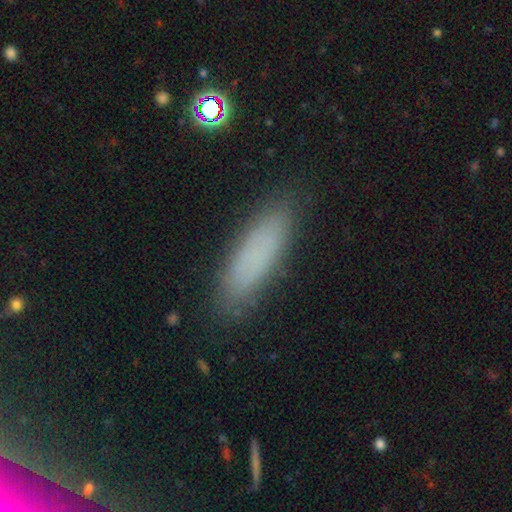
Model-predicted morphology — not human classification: Q: Smooth or featured?
A: smooth (77%); runner-up: featured or disk (12%)
Q: How rounded?
A: cigar-shaped (56%); runner-up: in between (42%)
Q: Merging?
A: none (84%); runner-up: minor disturbance (11%)